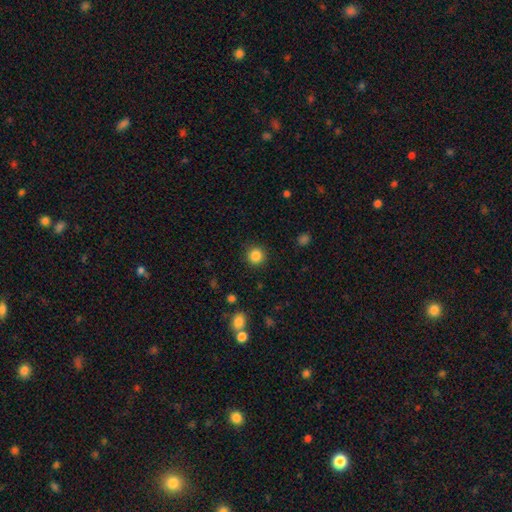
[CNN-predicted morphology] smooth_or_featured: smooth (p=0.85) [alt: star or artifact p=0.11]
how_rounded: round (p=0.94) [alt: in between p=0.05]
merging: none (p=0.91) [alt: minor disturbance p=0.06]